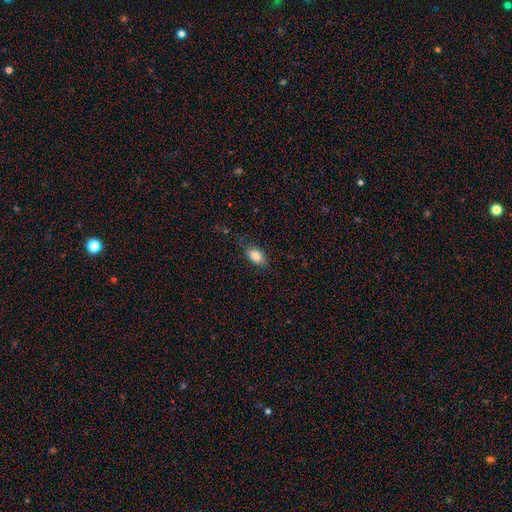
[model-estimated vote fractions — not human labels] A smooth galaxy with no disk features (84%) that is in between round and cigar-shaped (89%). Merging: none (76%).